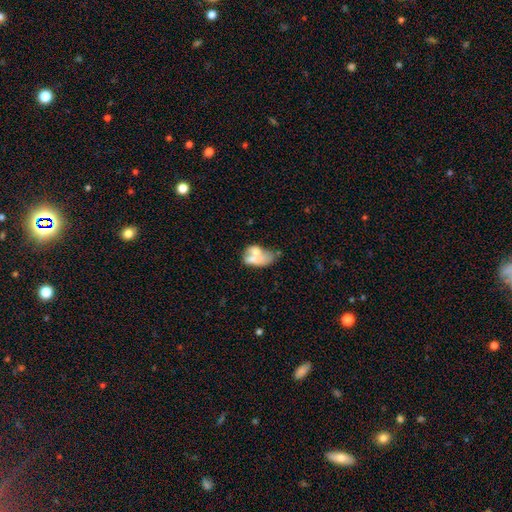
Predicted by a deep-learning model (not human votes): Smooth or featured: smooth — 57% (featured or disk — 35%)
How rounded: in between — 86% (round — 11%)
Merging: merger — 50% (major disturbance — 18%)